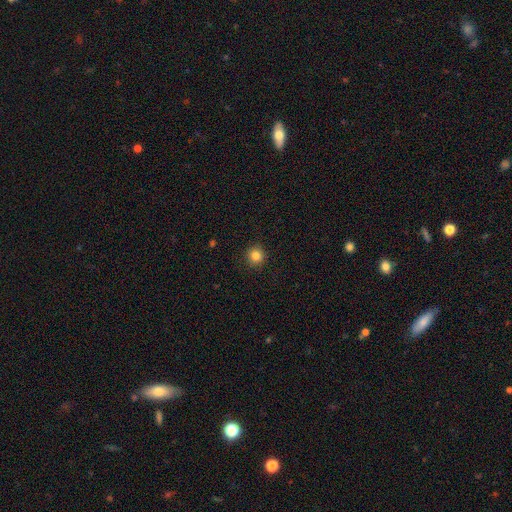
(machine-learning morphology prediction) The model was most divided on "smooth or featured": smooth: 84%, star or artifact: 11%, featured or disk: 5%. More confident: how rounded — round (94%); merging — none (92%).